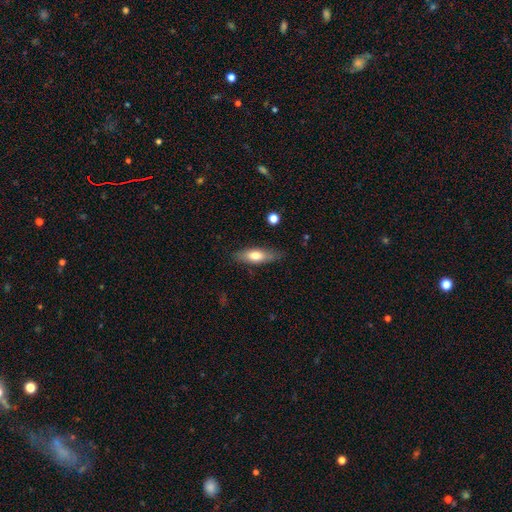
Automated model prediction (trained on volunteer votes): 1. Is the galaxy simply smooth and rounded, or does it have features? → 69% smooth, 24% featured or disk, 6% star or artifact.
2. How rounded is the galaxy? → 57% in between, 40% cigar-shaped, 2% round.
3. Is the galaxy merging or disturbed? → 79% none, 16% minor disturbance, 4% major disturbance, 2% merger.